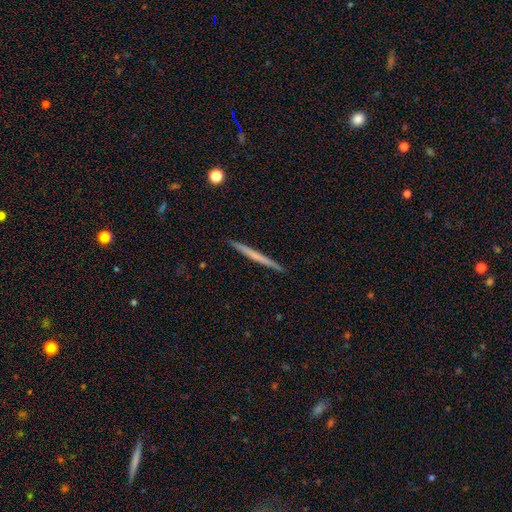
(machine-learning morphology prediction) A smooth galaxy with no disk features (52%) that is cigar-shaped (97%).

Vote fractions:
- Smooth or featured? smooth: 52% / featured or disk: 43% / star or artifact: 5%
- How rounded? cigar-shaped: 97% / in between: 2% / round: 1%
- Merging? none: 92% / minor disturbance: 5% / major disturbance: 1% / merger: 1%